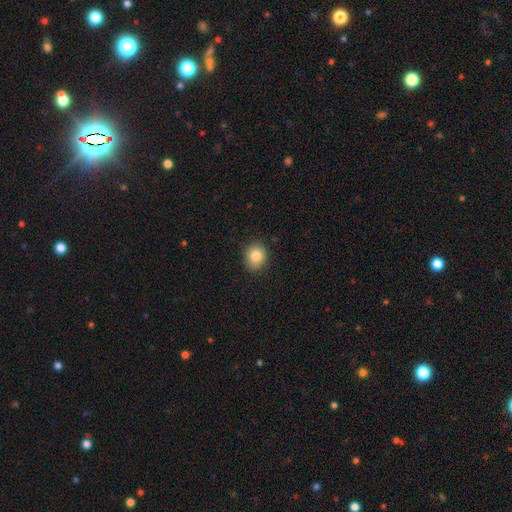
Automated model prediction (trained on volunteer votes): The model was most divided on "how rounded": round: 68%, in between: 31%, cigar-shaped: 1%. More confident: merging — none (88%); smooth or featured — smooth (84%).